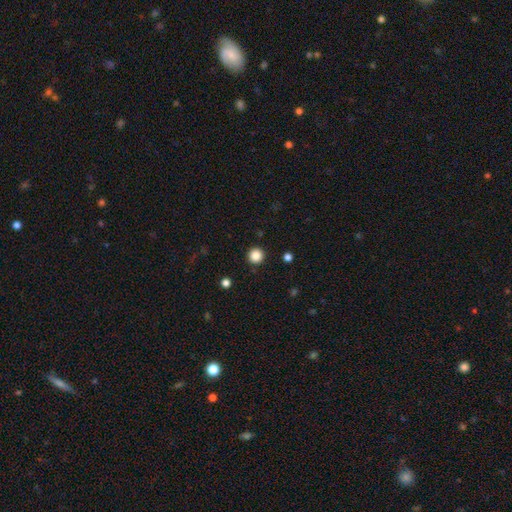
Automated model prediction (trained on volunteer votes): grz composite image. It shows a smooth galaxy with no disk features (86%) that is round (96%). Merging: none (92%).